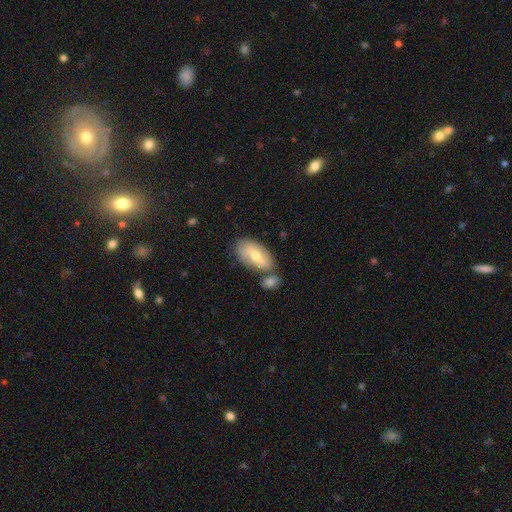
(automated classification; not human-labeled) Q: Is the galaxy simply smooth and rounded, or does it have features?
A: smooth — 52%.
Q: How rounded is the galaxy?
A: in between — 90%.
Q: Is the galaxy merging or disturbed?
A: none — 60%.